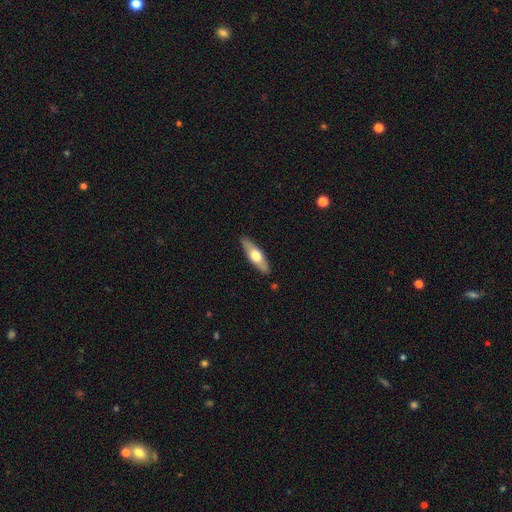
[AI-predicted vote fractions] smooth 50%, featured or disk 45%, star or artifact 5%. Down the decision tree: how rounded — cigar-shaped (52%); merging — none (88%).